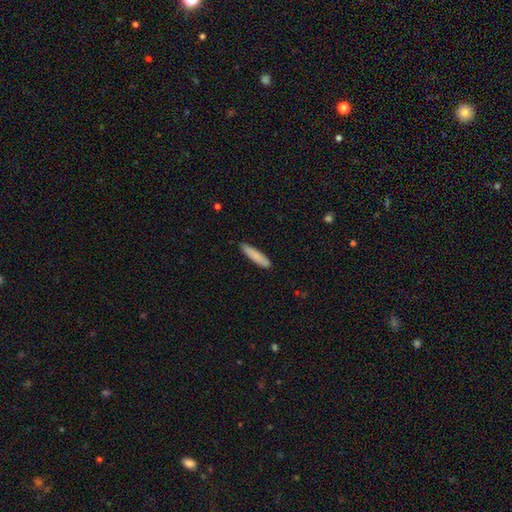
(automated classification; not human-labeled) A smooth galaxy with no disk features (84%) that is cigar-shaped (86%).

Vote fractions:
- Smooth or featured? smooth: 84% / featured or disk: 10% / star or artifact: 6%
- How rounded? cigar-shaped: 86% / in between: 12% / round: 1%
- Merging? none: 87% / minor disturbance: 10% / major disturbance: 2% / merger: 1%